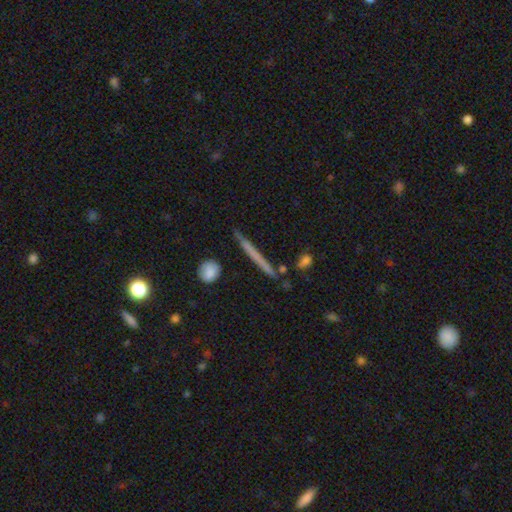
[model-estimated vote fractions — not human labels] A smooth galaxy with no disk features (49%). Merging: none (87%).